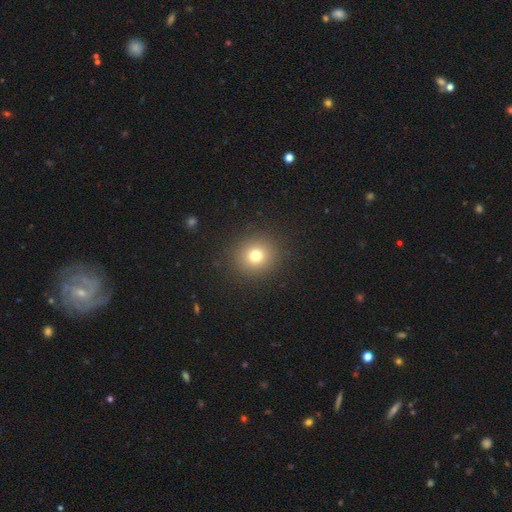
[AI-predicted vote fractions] A smooth galaxy with no disk features (75%) that is round (87%). Merging: none (90%).